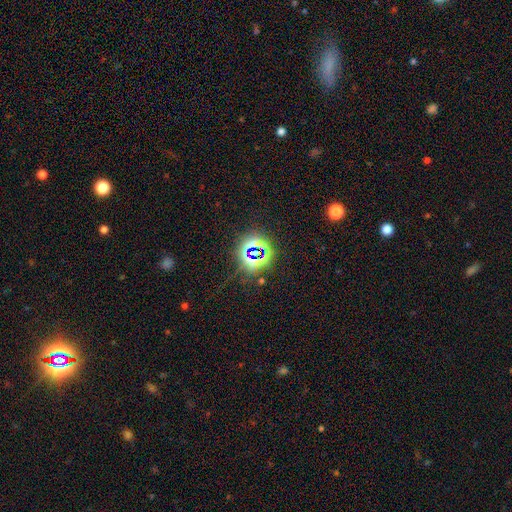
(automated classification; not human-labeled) smooth-or-featured: star or artifact: 77% | smooth: 14% | featured or disk: 9%